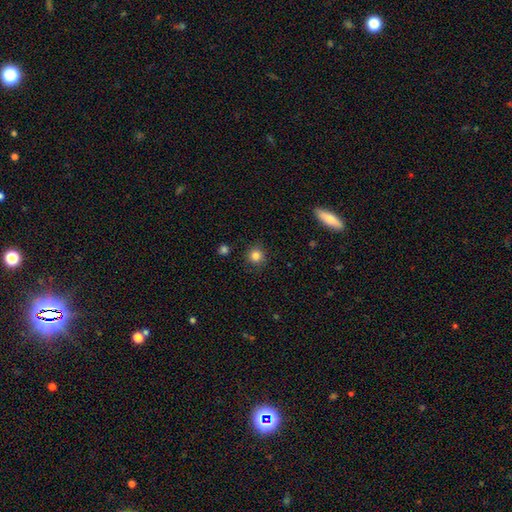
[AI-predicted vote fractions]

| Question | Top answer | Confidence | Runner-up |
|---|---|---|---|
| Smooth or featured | smooth | 84% | star or artifact (11%) |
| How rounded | round | 92% | in between (7%) |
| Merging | none | 87% | minor disturbance (8%) |